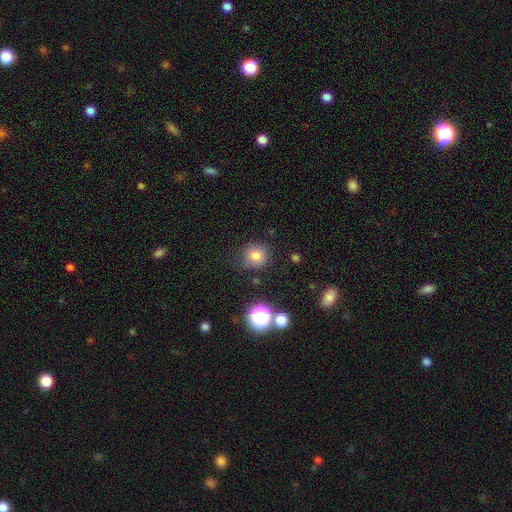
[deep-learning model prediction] Q: Smooth or featured?
A: smooth (78%); runner-up: star or artifact (14%)
Q: How rounded?
A: round (90%); runner-up: in between (9%)
Q: Merging?
A: none (82%); runner-up: minor disturbance (11%)